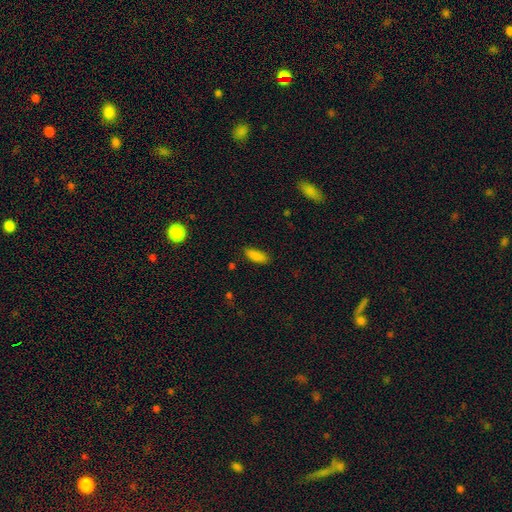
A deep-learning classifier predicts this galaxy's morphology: Smooth or featured?
  - smooth: 86% *
  - star or artifact: 9%
  - featured or disk: 5%
How rounded?
  - in between: 79% *
  - cigar-shaped: 19%
  - round: 2%
Merging?
  - none: 84% *
  - minor disturbance: 12%
  - major disturbance: 2%
  - merger: 1%